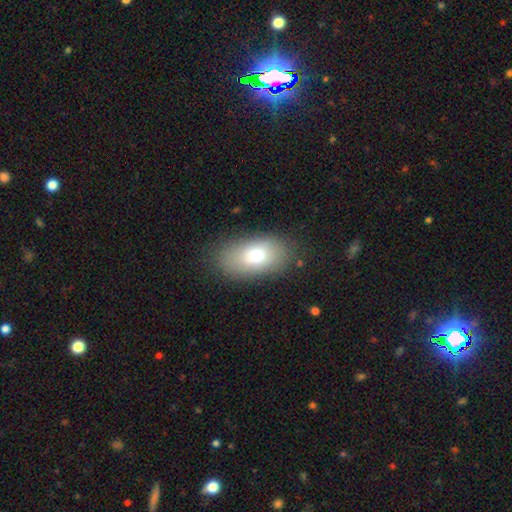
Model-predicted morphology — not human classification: Q: Smooth or featured?
A: smooth (74%); runner-up: featured or disk (17%)
Q: How rounded?
A: in between (91%); runner-up: round (7%)
Q: Merging?
A: none (82%); runner-up: minor disturbance (12%)